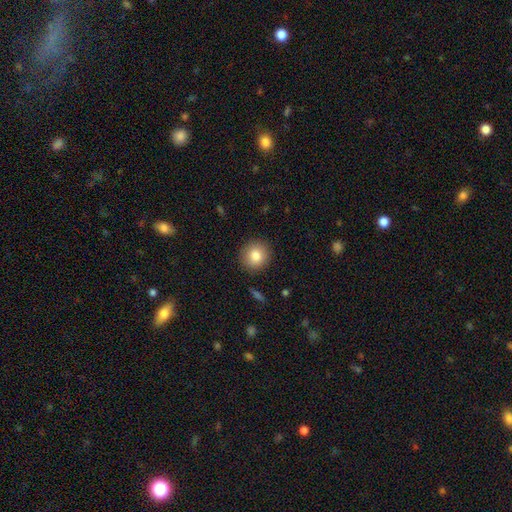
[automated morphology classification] smooth_or_featured: smooth (p=0.83) [alt: star or artifact p=0.09]
how_rounded: round (p=0.88) [alt: in between p=0.11]
merging: none (p=0.90) [alt: minor disturbance p=0.07]